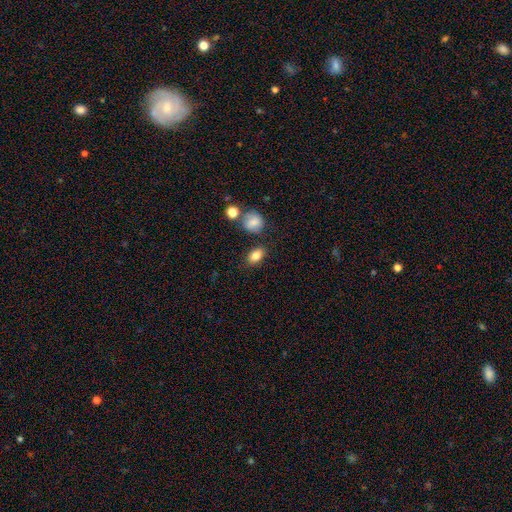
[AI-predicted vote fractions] Smooth or featured: smooth — 83% (star or artifact — 9%)
How rounded: in between — 83% (round — 15%)
Merging: none — 80% (minor disturbance — 11%)